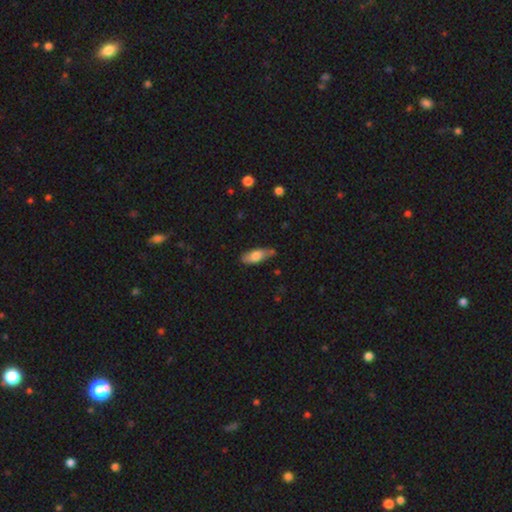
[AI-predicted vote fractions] Morphology: type=smooth (73%); roundness=in between (70%); merging=none (67%).